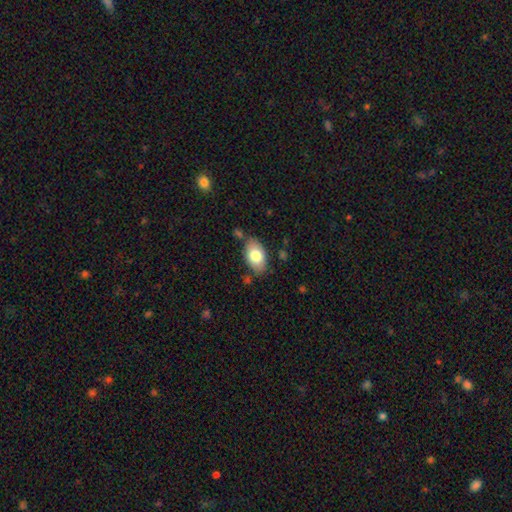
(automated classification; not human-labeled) smooth-or-featured: smooth: 79% | featured or disk: 14% | star or artifact: 7%
  how-rounded: in between: 91% | round: 7% | cigar-shaped: 1%
  merging: none: 76% | minor disturbance: 16% | merger: 4% | major disturbance: 4%